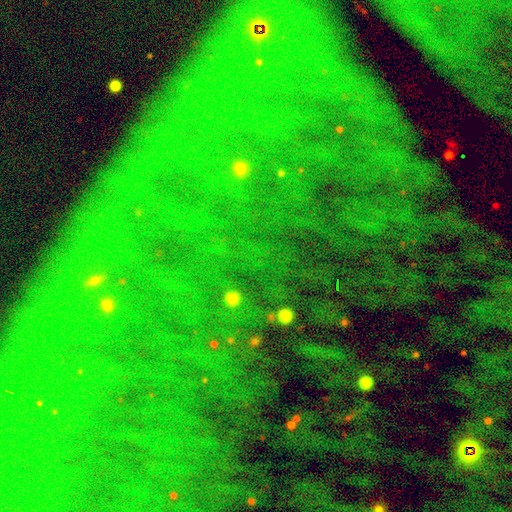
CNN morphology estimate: smooth-or-featured: star or artifact: 84% | featured or disk: 8% | smooth: 8%